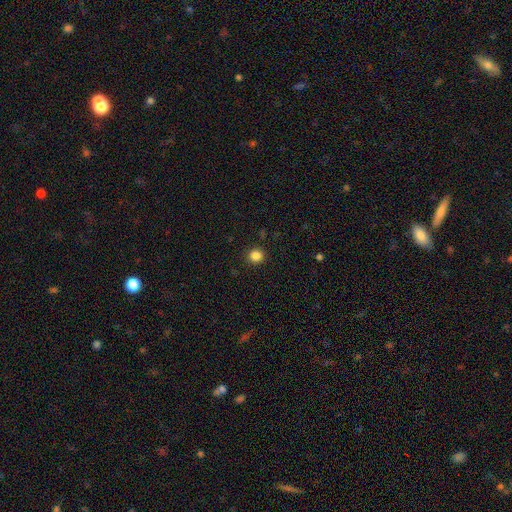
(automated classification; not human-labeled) Smooth or featured? smooth (85%)
How rounded? round (89%)
Merging? none (91%)